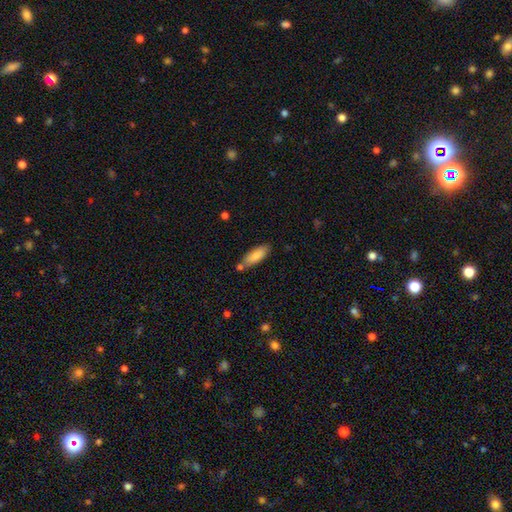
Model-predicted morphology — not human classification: Smooth or featured? Predicted: smooth (p=0.84). How rounded? Predicted: in between (p=0.63). Merging? Predicted: none (p=0.71).